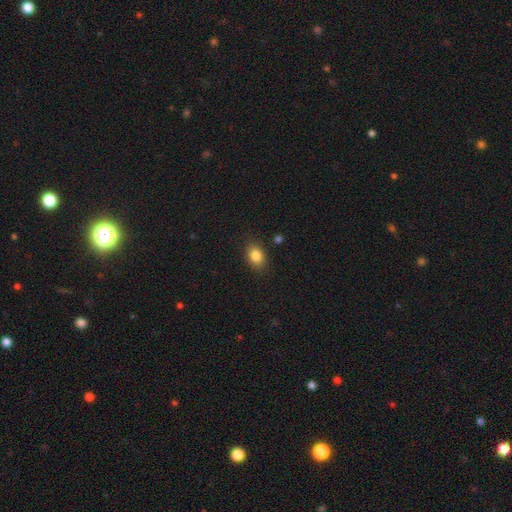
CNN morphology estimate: Smooth or featured: smooth — 83% (star or artifact — 10%)
How rounded: in between — 73% (round — 26%)
Merging: none — 85% (minor disturbance — 11%)